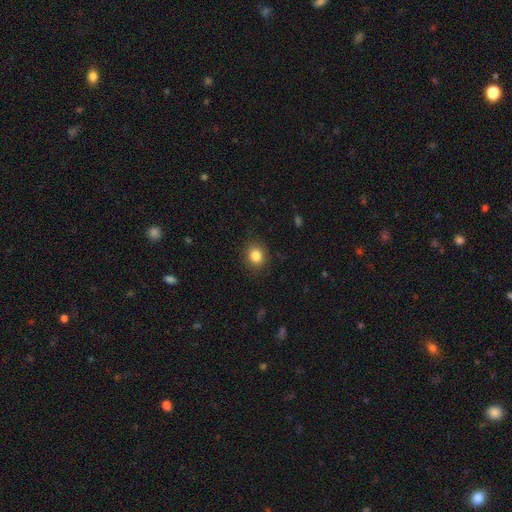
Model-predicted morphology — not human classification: Smooth or featured?
  - smooth: 85% *
  - star or artifact: 10%
  - featured or disk: 5%
How rounded?
  - round: 70% *
  - in between: 29%
  - cigar-shaped: 1%
Merging?
  - none: 88% *
  - minor disturbance: 9%
  - major disturbance: 3%
  - merger: 1%